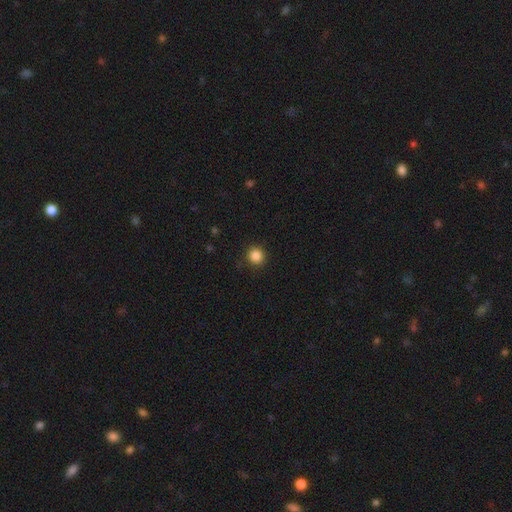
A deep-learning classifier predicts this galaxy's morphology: The model was most divided on "smooth or featured": smooth: 86%, star or artifact: 11%, featured or disk: 3%. More confident: how rounded — round (93%); merging — none (91%).